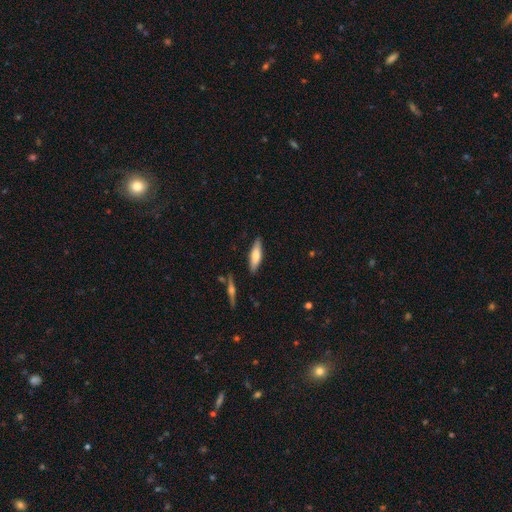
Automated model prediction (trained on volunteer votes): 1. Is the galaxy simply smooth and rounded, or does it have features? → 67% smooth, 26% featured or disk, 6% star or artifact.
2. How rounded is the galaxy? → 59% cigar-shaped, 39% in between, 2% round.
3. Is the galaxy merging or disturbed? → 85% none, 10% minor disturbance, 2% merger, 2% major disturbance.